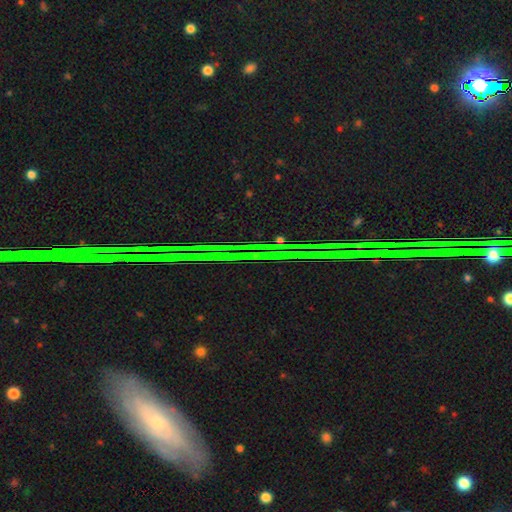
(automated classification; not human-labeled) star or artifact 82%, featured or disk 10%, smooth 8%.